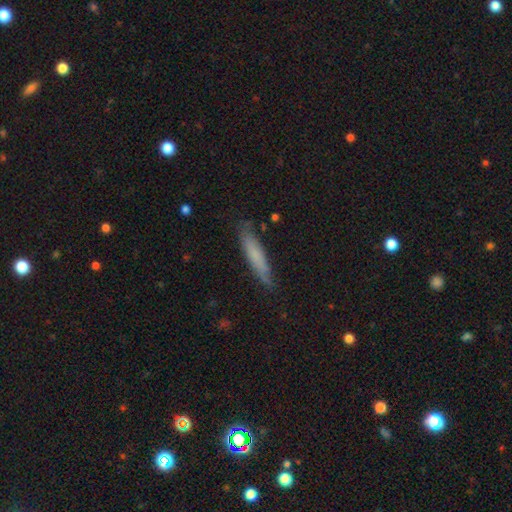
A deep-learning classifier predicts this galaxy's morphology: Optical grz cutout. It shows a smooth galaxy with no disk features (72%) that is cigar-shaped (88%). Merging: none (82%).